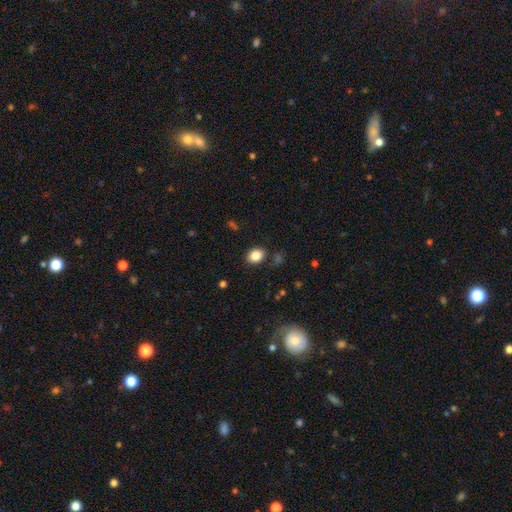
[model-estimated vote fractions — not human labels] Smooth or featured? Predicted: smooth (p=0.85). How rounded? Predicted: in between (p=0.59). Merging? Predicted: none (p=0.84).